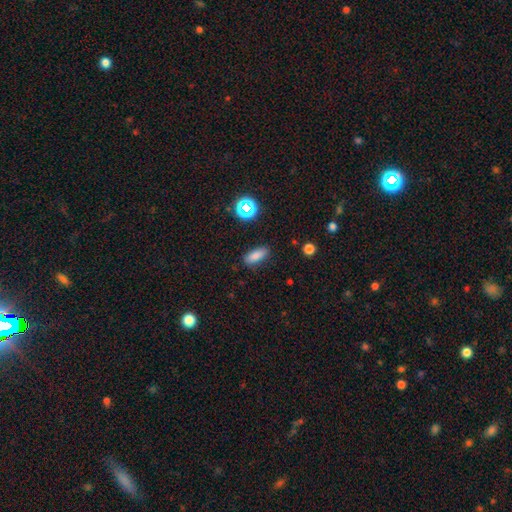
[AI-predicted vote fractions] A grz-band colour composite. It shows a smooth galaxy with no disk features (81%) that is in between round and cigar-shaped (76%). Merging: none (84%).